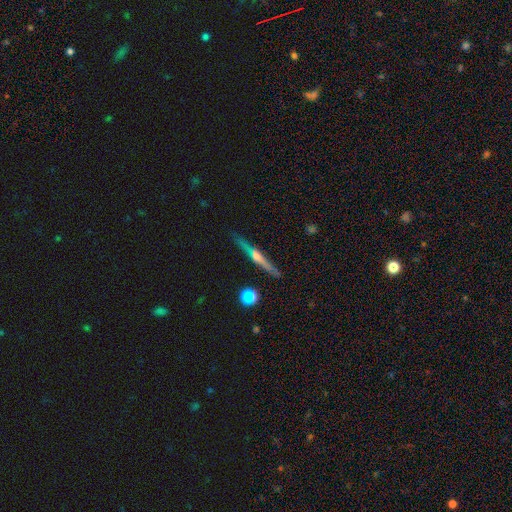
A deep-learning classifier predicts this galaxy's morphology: The model was most divided on "smooth or featured": featured or disk: 79%, smooth: 15%, star or artifact: 6%. More confident: edge-on disk — yes (98%); merging — none (89%); edge-on bulge — rounded (87%).